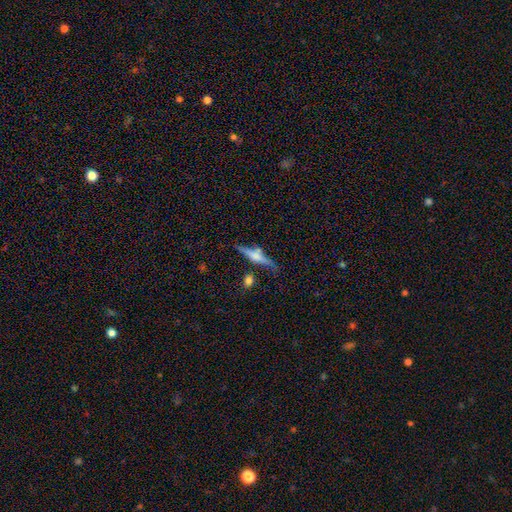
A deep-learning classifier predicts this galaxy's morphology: Smooth or featured? featured or disk (58%)
Edge-on disk? yes (95%)
Edge-on bulge? rounded (74%)
Merging? none (73%)